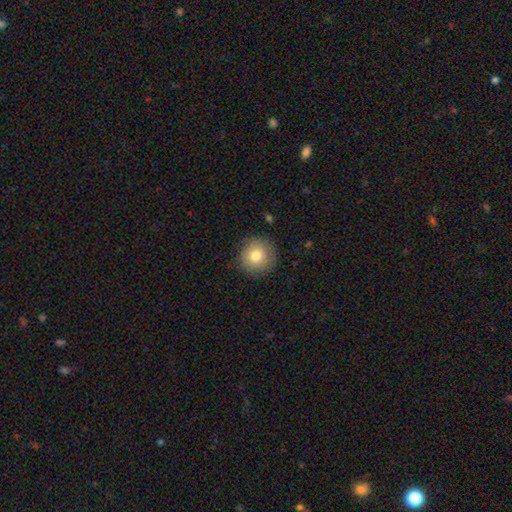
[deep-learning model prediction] Q: Smooth or featured?
A: smooth (78%); runner-up: featured or disk (13%)
Q: How rounded?
A: round (94%); runner-up: in between (5%)
Q: Merging?
A: none (87%); runner-up: minor disturbance (9%)